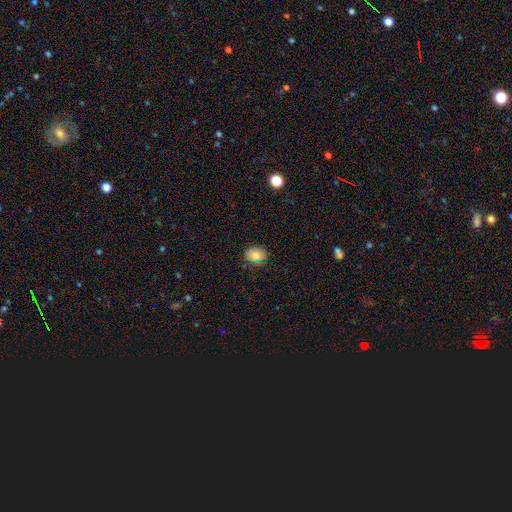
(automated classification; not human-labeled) Smooth or featured?
  - smooth: 78% *
  - star or artifact: 13%
  - featured or disk: 10%
How rounded?
  - round: 61% *
  - in between: 38%
  - cigar-shaped: 1%
Merging?
  - none: 82% *
  - minor disturbance: 13%
  - major disturbance: 3%
  - merger: 2%